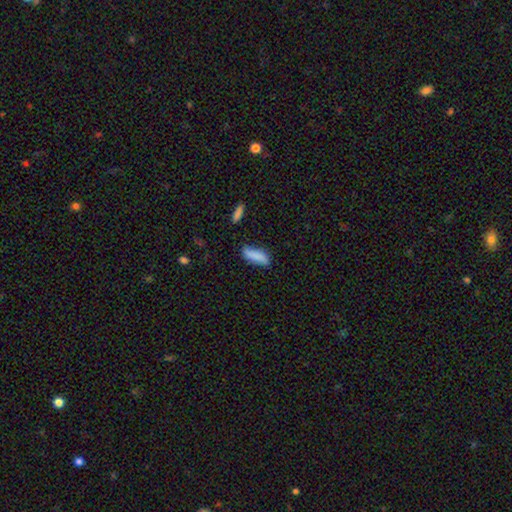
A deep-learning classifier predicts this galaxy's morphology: A smooth galaxy with no disk features (83%) that is in between round and cigar-shaped (55%). Merging: none (68%).